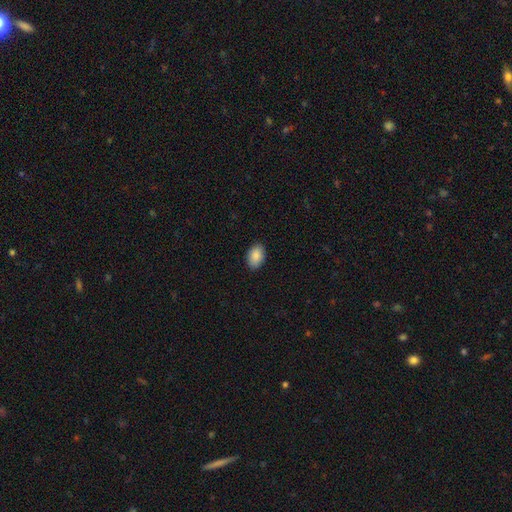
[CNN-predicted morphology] Overall: smooth (89%). How rounded: in between (88%). Merging: none (89%).